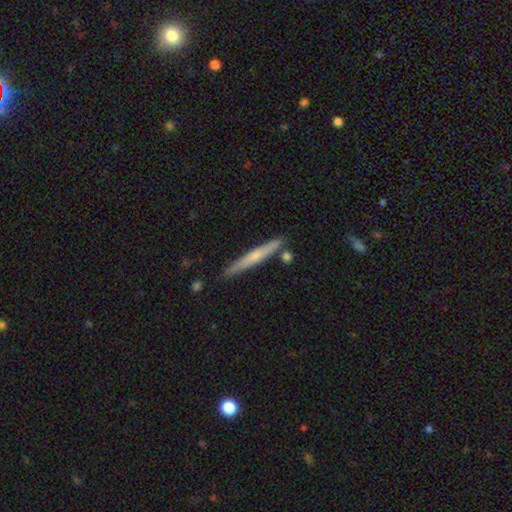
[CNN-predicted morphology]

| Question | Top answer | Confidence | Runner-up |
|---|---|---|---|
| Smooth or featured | smooth | 49% | featured or disk (46%) |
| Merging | none | 85% | minor disturbance (9%) |